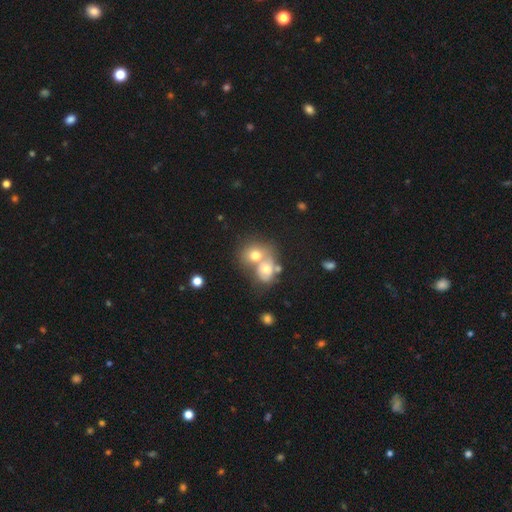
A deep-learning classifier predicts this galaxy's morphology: Smooth or featured: smooth — 66% (featured or disk — 23%)
How rounded: round — 63% (in between — 36%)
Merging: merger — 66% (none — 22%)